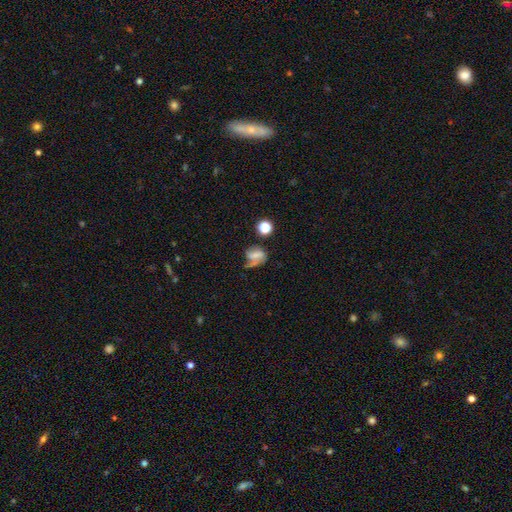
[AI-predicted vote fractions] The model was most divided on "smooth or featured": smooth: 44%, featured or disk: 41%, star or artifact: 15%. Remaining: merging — none (36%).